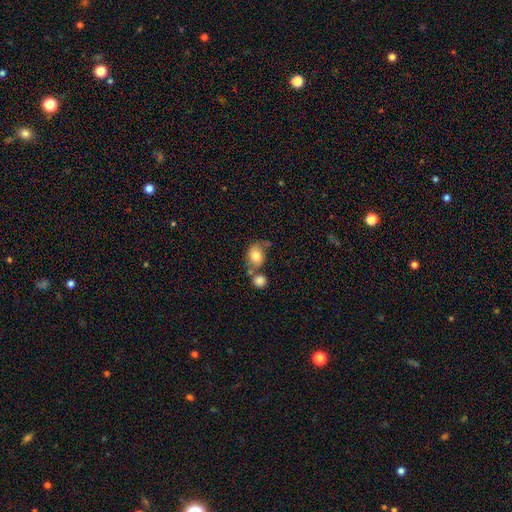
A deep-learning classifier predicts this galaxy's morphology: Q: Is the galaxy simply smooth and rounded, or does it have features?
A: smooth — 77%.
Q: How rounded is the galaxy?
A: round — 51%.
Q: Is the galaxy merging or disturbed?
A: none — 44%.